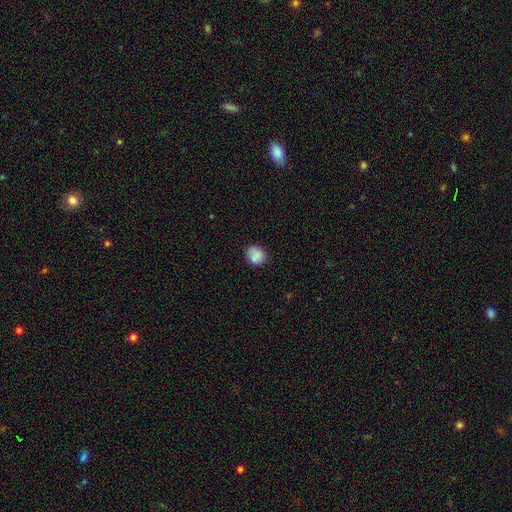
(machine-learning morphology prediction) smooth-or-featured: smooth: 84% | star or artifact: 9% | featured or disk: 7%
  how-rounded: round: 72% | in between: 27% | cigar-shaped: 1%
  merging: none: 76% | minor disturbance: 18% | major disturbance: 4% | merger: 3%